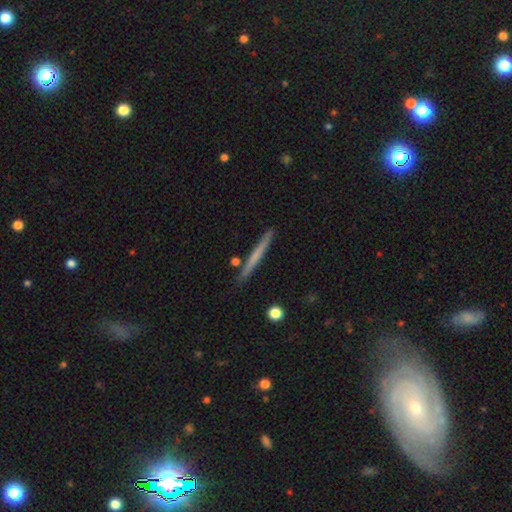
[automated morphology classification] type=smooth (52%); roundness=cigar-shaped (97%); merging=none (89%).